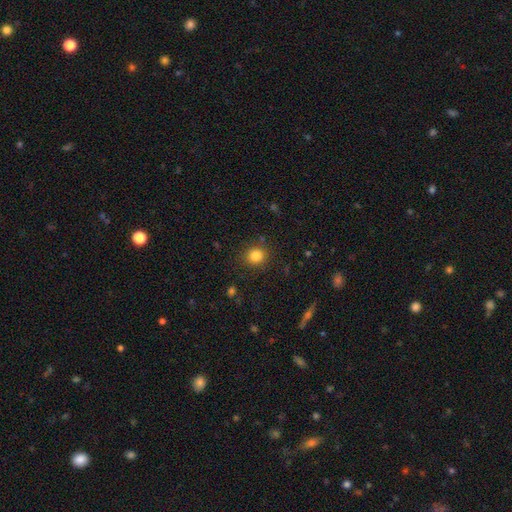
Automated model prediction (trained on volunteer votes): Smooth or featured? smooth (83%)
How rounded? round (86%)
Merging? none (87%)